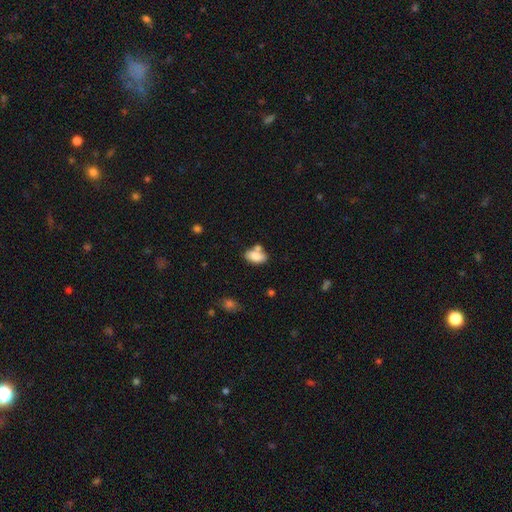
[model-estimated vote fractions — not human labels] Smooth or featured? smooth (80%)
How rounded? in between (91%)
Merging? none (53%)